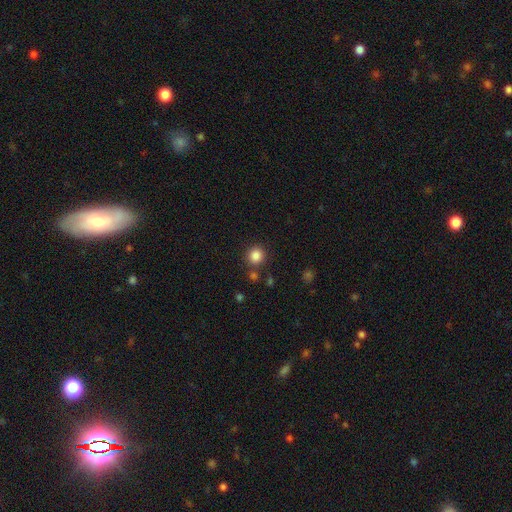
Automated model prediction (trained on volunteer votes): Smooth or featured? Predicted: smooth (p=0.85). How rounded? Predicted: round (p=0.90). Merging? Predicted: none (p=0.83).